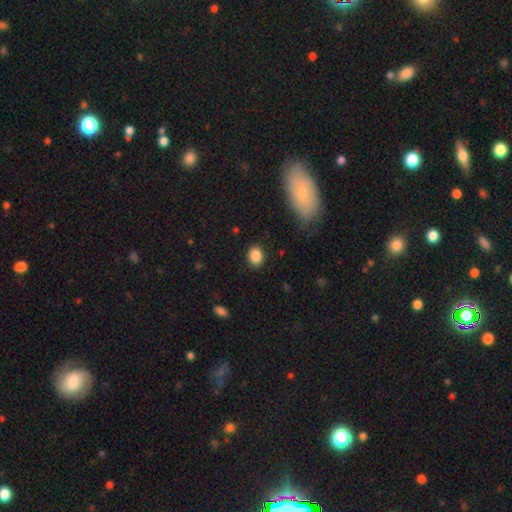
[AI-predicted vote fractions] A smooth galaxy with no disk features (86%) that is in between round and cigar-shaped (54%). Merging: none (87%).